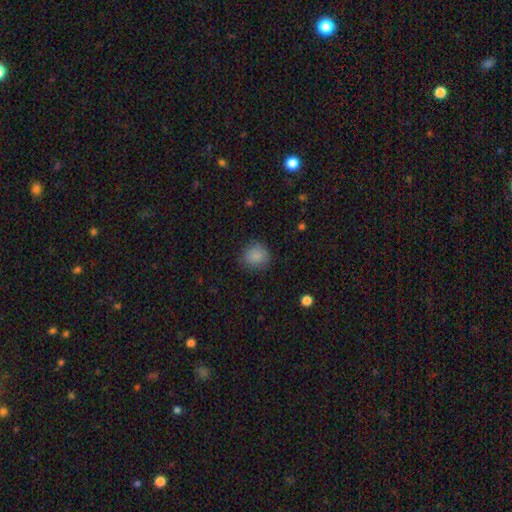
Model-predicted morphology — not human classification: The model was most divided on "how rounded": round: 84%, in between: 15%, cigar-shaped: 1%. More confident: smooth or featured — smooth (86%); merging — none (85%).